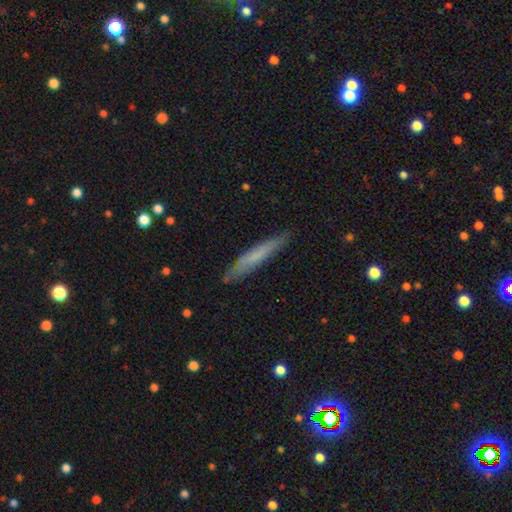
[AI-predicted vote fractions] Overall: smooth (61%; featured or disk 32%). How rounded: cigar-shaped (94%). Merging: none (86%).